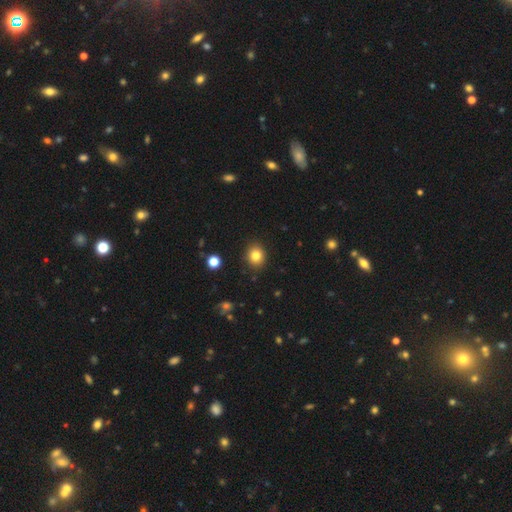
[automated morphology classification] smooth 83%, star or artifact 11%, featured or disk 6%. Down the decision tree: how rounded — round (75%); merging — none (90%).